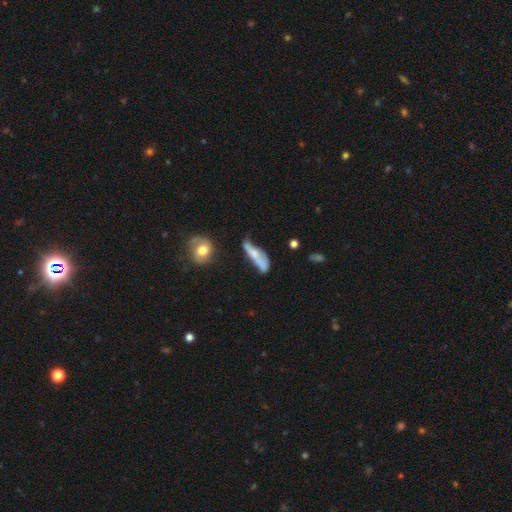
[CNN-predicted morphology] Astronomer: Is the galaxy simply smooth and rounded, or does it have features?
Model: featured or disk — 47% (runner-up: smooth, 45%).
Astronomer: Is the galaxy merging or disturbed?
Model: none — 29% (runner-up: major disturbance, 25%).